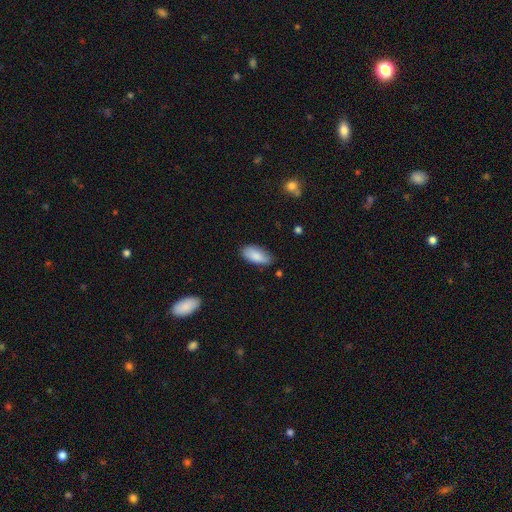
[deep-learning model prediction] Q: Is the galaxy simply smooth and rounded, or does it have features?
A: smooth — 86%.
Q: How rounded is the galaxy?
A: in between — 90%.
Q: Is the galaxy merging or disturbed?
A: none — 73%.